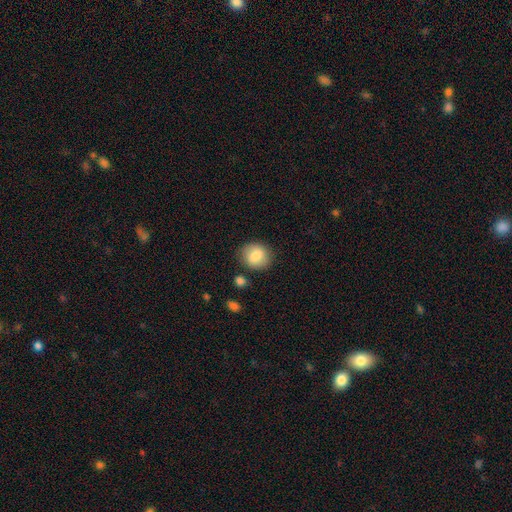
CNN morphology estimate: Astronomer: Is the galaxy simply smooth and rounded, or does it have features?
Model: smooth — 83%.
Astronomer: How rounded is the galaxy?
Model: round — 75%.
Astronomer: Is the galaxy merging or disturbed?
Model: none — 82%.